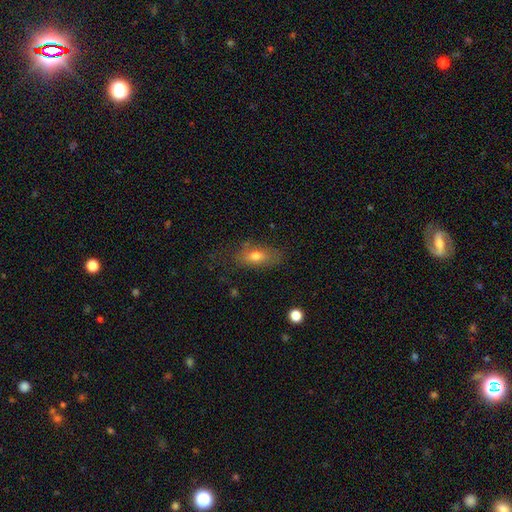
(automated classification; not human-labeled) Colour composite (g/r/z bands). It shows a smooth galaxy with no disk features (72%) that is in between round and cigar-shaped (83%). Merging: none (65%).